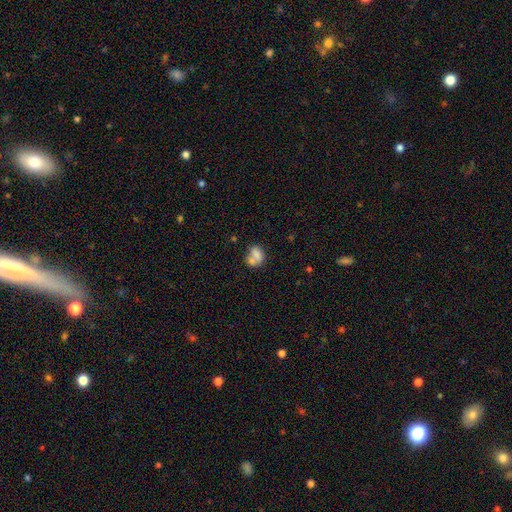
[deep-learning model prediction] Overall: smooth (73%). How rounded: in between (64%; round 34%). Merging: merger (52%; none 29%).